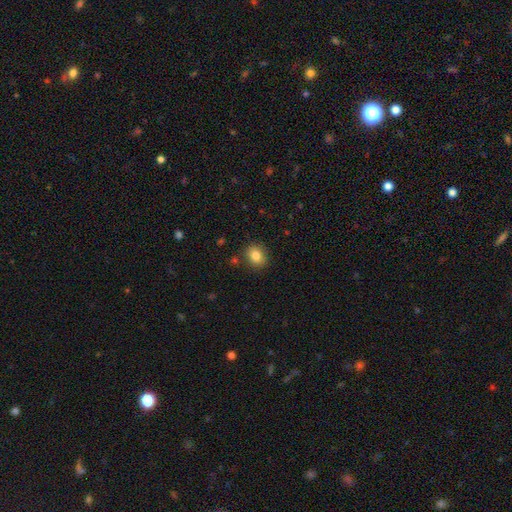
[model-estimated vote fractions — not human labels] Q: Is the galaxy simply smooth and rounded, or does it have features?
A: smooth — 82%.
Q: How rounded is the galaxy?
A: round — 63%.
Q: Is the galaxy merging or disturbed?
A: none — 87%.